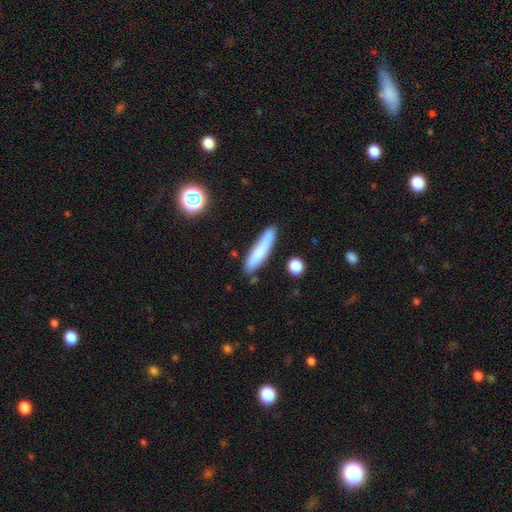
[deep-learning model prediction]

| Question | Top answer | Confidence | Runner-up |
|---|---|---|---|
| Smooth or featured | smooth | 78% | featured or disk (15%) |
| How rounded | cigar-shaped | 83% | in between (15%) |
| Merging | none | 73% | minor disturbance (17%) |